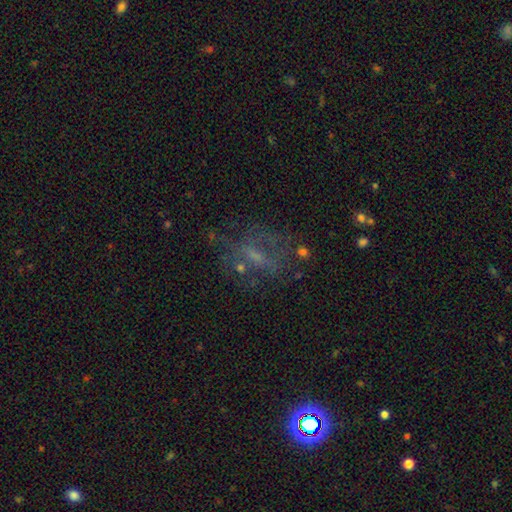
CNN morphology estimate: Smooth or featured?
  - featured or disk: 47% *
  - smooth: 29%
  - star or artifact: 23%
Merging?
  - none: 51% *
  - major disturbance: 26%
  - minor disturbance: 18%
  - merger: 5%